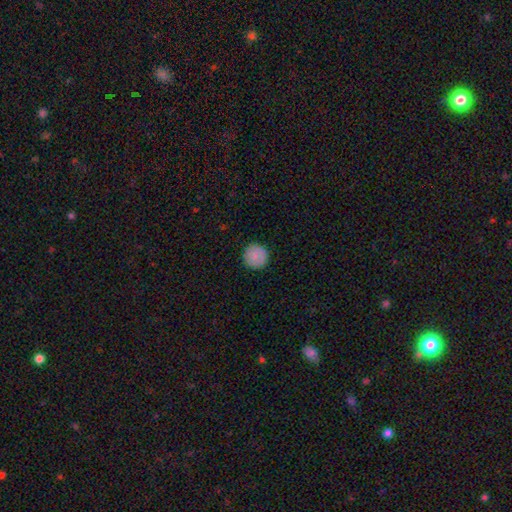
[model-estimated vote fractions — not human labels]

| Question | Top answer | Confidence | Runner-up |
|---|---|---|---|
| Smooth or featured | smooth | 82% | featured or disk (11%) |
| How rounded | round | 95% | in between (4%) |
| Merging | none | 89% | minor disturbance (8%) |